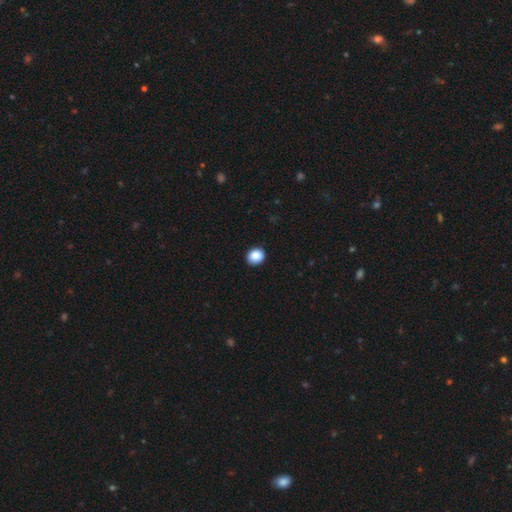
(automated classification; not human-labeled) Overall: smooth (89%). How rounded: round (68%; in between 31%). Merging: none (91%).